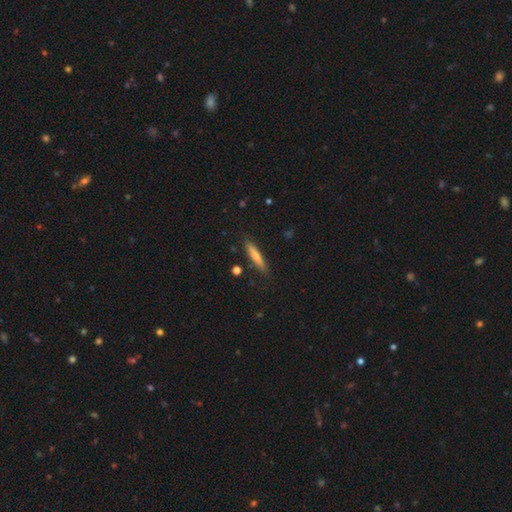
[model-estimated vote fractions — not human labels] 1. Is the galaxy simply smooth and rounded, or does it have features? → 70% smooth, 24% featured or disk, 6% star or artifact.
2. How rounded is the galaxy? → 90% cigar-shaped, 9% in between, 2% round.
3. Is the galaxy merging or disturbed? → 84% none, 11% minor disturbance, 2% merger, 2% major disturbance.